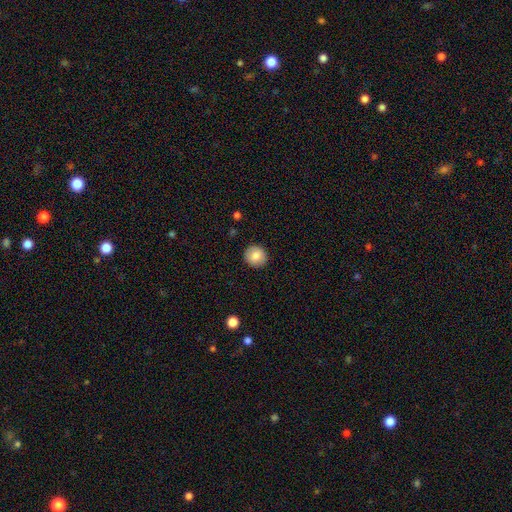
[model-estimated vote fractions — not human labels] Smooth or featured? smooth (85%)
How rounded? round (91%)
Merging? none (91%)